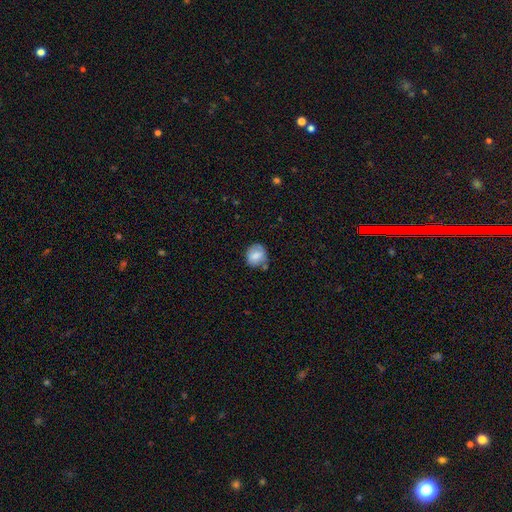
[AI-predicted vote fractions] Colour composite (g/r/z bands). It shows a smooth galaxy with no disk features (76%) that is round (76%). Merging: none (61%).